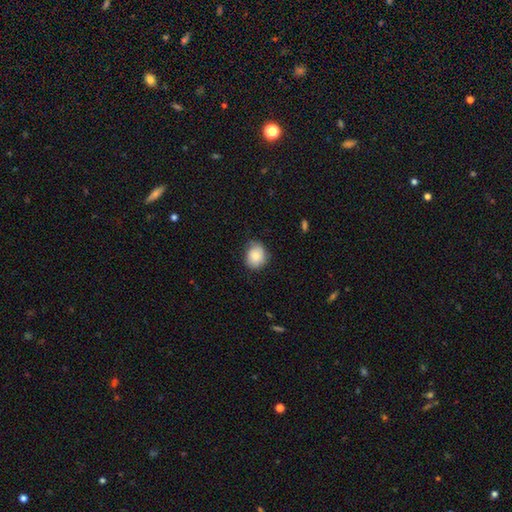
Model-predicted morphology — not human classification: smooth-or-featured: smooth: 83% | featured or disk: 10% | star or artifact: 7%
  how-rounded: round: 66% | in between: 34% | cigar-shaped: 1%
  merging: none: 71% | minor disturbance: 23% | major disturbance: 5% | merger: 1%